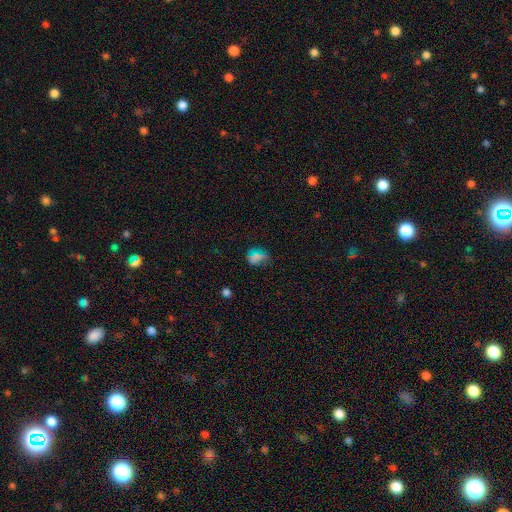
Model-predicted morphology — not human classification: type=smooth (57%); roundness=round (58%); merging=none (67%).